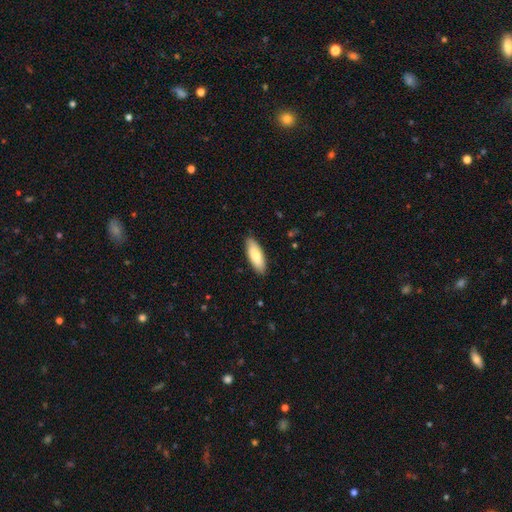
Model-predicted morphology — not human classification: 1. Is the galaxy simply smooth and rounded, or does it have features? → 82% smooth, 13% featured or disk, 5% star or artifact.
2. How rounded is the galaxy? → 66% in between, 32% cigar-shaped, 1% round.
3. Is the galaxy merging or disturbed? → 88% none, 9% minor disturbance, 2% major disturbance, 1% merger.